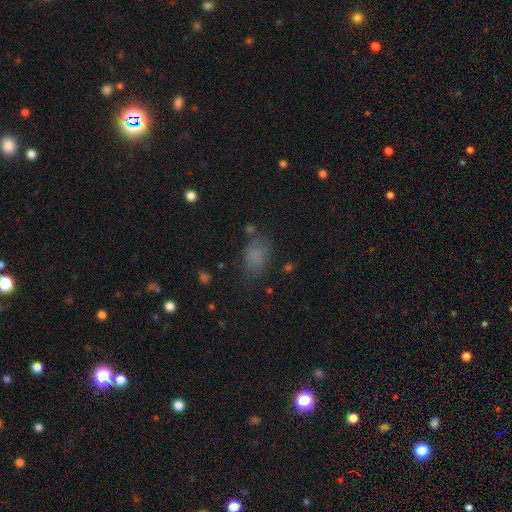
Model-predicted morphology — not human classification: Smooth or featured: smooth — 77% (star or artifact — 15%)
How rounded: in between — 82% (round — 16%)
Merging: none — 67% (minor disturbance — 20%)